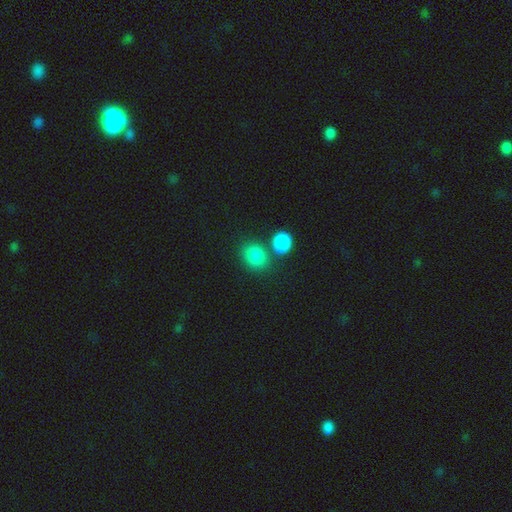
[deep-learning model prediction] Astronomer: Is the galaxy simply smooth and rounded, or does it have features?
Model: smooth — 86%.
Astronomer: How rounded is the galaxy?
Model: in between — 52% (runner-up: round, 46%).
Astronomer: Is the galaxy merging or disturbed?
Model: none — 64%.